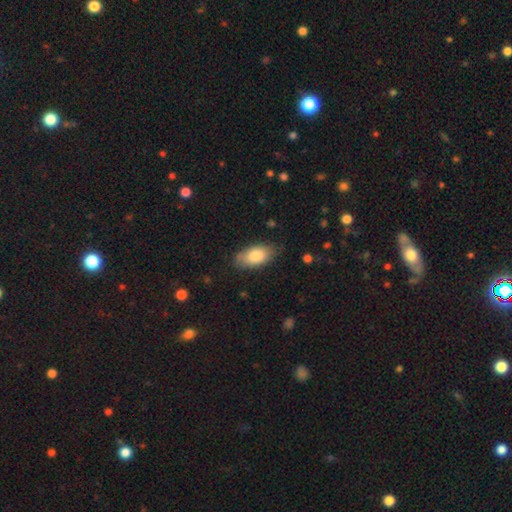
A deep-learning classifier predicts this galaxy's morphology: Smooth or featured? smooth (82%)
How rounded? in between (92%)
Merging? none (77%)